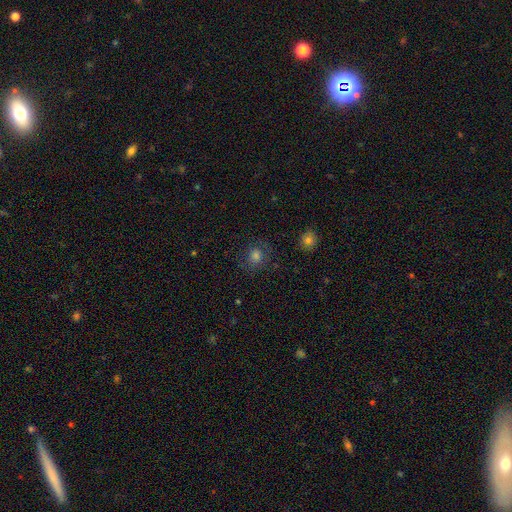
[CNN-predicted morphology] A smooth galaxy with no disk features (66%) that is round (82%).

Vote fractions:
- Smooth or featured? smooth: 66% / star or artifact: 20% / featured or disk: 14%
- How rounded? round: 82% / in between: 17% / cigar-shaped: 1%
- Merging? none: 79% / minor disturbance: 12% / major disturbance: 7% / merger: 2%